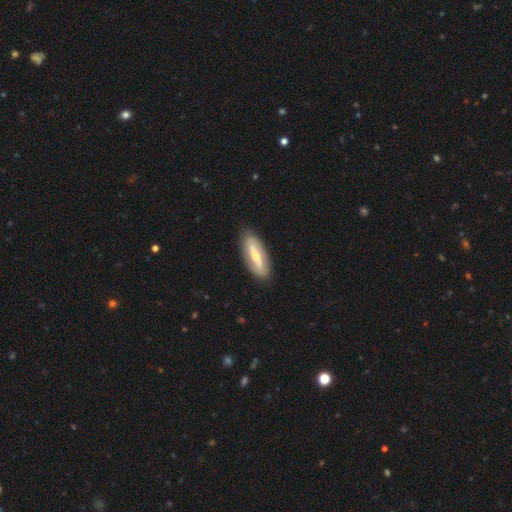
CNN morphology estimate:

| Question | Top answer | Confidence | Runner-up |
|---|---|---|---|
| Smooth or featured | featured or disk | 59% | smooth (36%) |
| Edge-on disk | no | 68% | yes (32%) |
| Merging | none | 87% | minor disturbance (9%) |